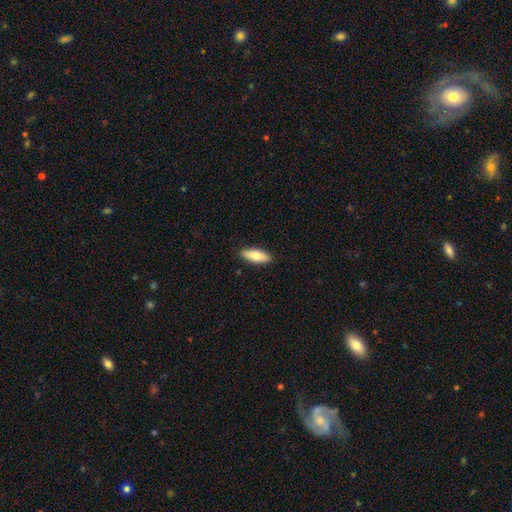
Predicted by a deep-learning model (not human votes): A smooth galaxy with no disk features (79%) that is in between round and cigar-shaped (65%). Merging: none (89%).